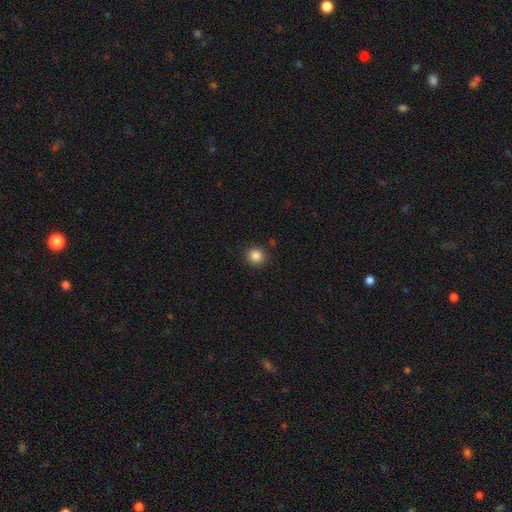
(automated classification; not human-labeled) smooth-or-featured: smooth: 85% | star or artifact: 11% | featured or disk: 4%
  how-rounded: round: 93% | in between: 7% | cigar-shaped: 1%
  merging: none: 91% | minor disturbance: 6% | major disturbance: 2% | merger: 1%